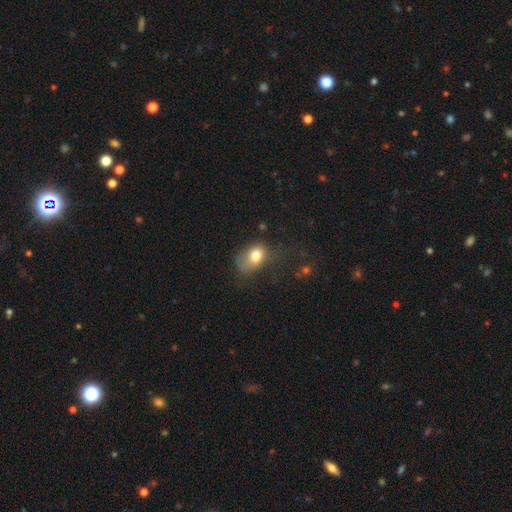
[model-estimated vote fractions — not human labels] Smooth or featured: smooth — 76% (featured or disk — 15%)
How rounded: in between — 76% (round — 23%)
Merging: major disturbance — 32% (tied with minor disturbance — 32%; none — 32%)